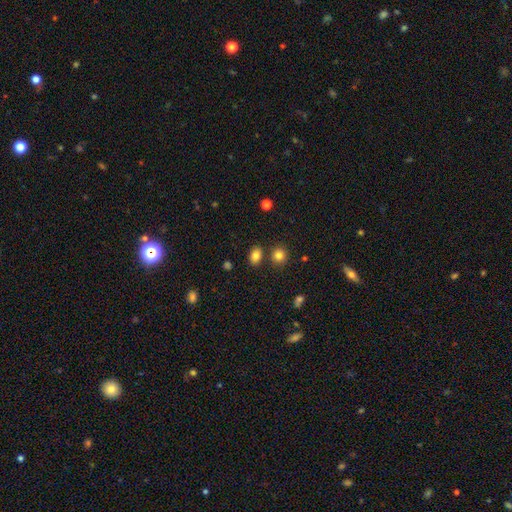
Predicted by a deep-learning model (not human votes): A smooth galaxy with no disk features (83%) that is in between round and cigar-shaped (70%). Merging: none (79%).